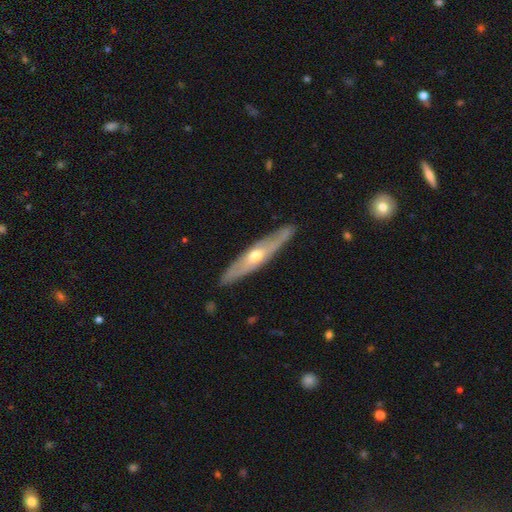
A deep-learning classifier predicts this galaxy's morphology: smooth_or_featured: featured or disk (p=0.65) [alt: smooth p=0.30]
disk_edge_on: yes (p=0.75) [alt: no p=0.25]
merging: none (p=0.87) [alt: minor disturbance p=0.10]